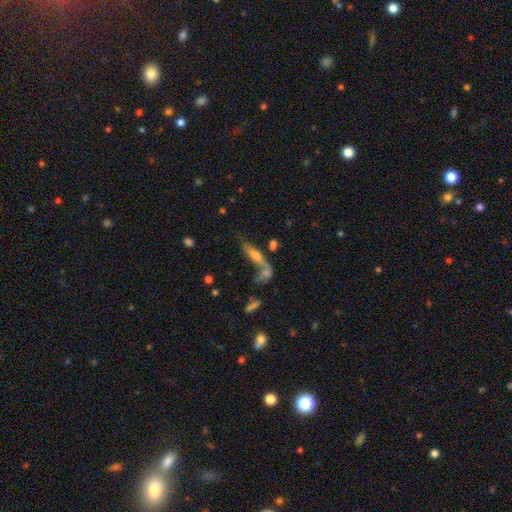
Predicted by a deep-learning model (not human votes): Overall: featured or disk (47%; smooth 41%). Merging: none (39%, tied with merger).